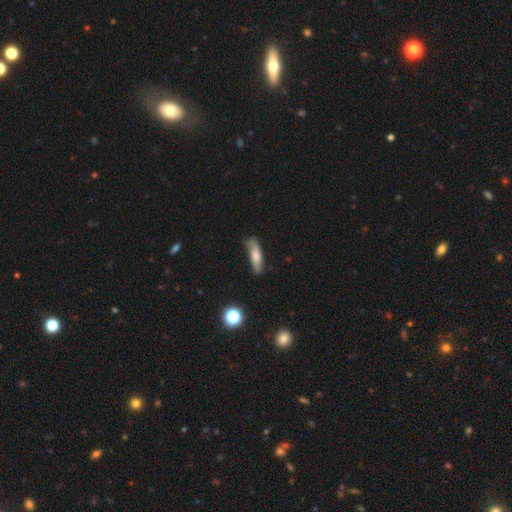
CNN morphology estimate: smooth 70%, featured or disk 23%, star or artifact 8%. Down the decision tree: how rounded — cigar-shaped (64%); merging — none (69%).